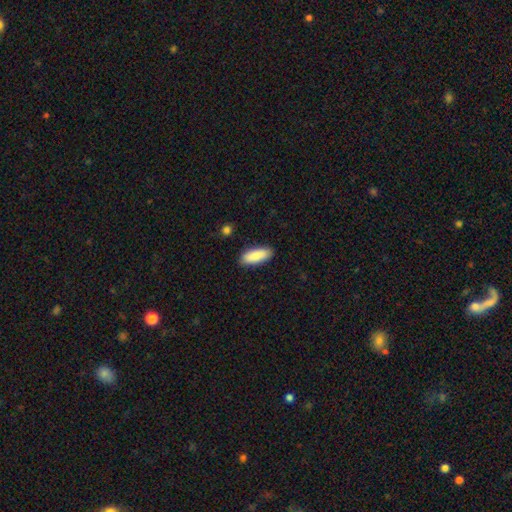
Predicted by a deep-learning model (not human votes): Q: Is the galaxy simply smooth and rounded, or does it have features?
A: smooth — 87%.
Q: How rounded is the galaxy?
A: in between — 76%.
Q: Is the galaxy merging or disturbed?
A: none — 88%.